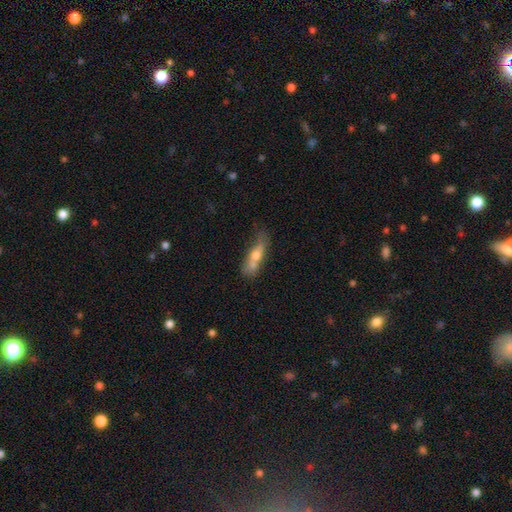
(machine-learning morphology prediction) Q: Smooth or featured?
A: smooth (46%); runner-up: featured or disk (44%)
Q: Merging?
A: none (41%); runner-up: merger (23%)